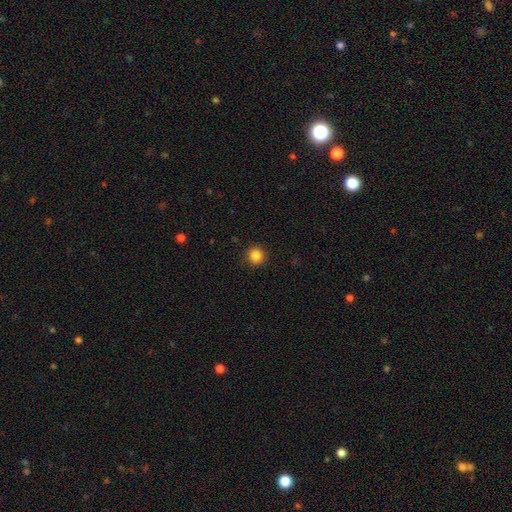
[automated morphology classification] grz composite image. It shows a smooth galaxy with no disk features (85%) that is round (95%). Merging: none (92%).